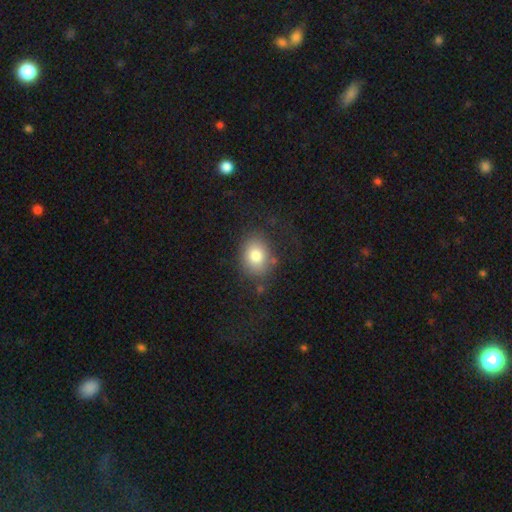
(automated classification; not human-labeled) This is likely a smooth galaxy (80%). How rounded: possibly in between (55%). Merging: likely none (74%).